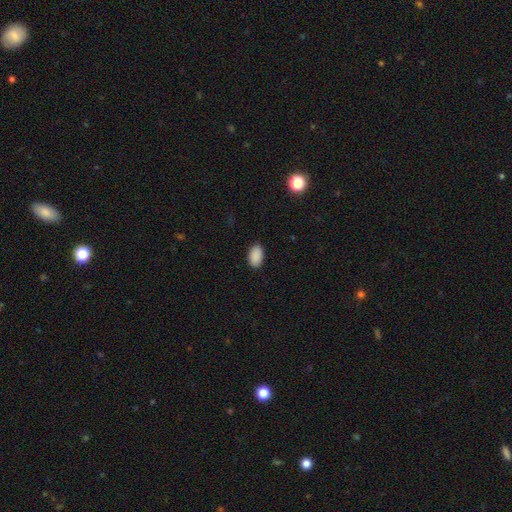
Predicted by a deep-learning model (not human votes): smooth-or-featured: smooth: 90% | star or artifact: 8% | featured or disk: 3%
  how-rounded: in between: 93% | round: 6% | cigar-shaped: 1%
  merging: none: 88% | minor disturbance: 9% | major disturbance: 2% | merger: 1%